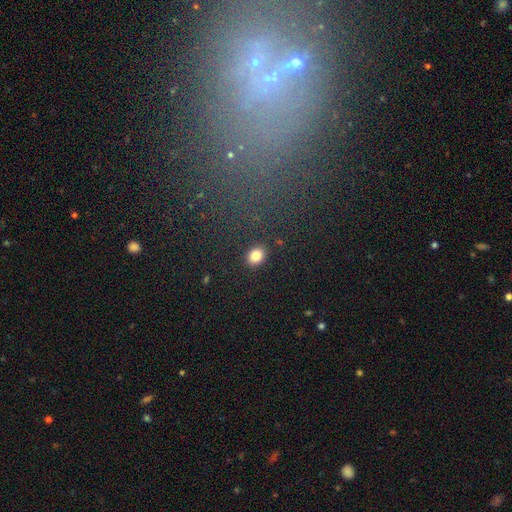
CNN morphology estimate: Smooth or featured? smooth (83%)
How rounded? in between (52%)
Merging? none (89%)